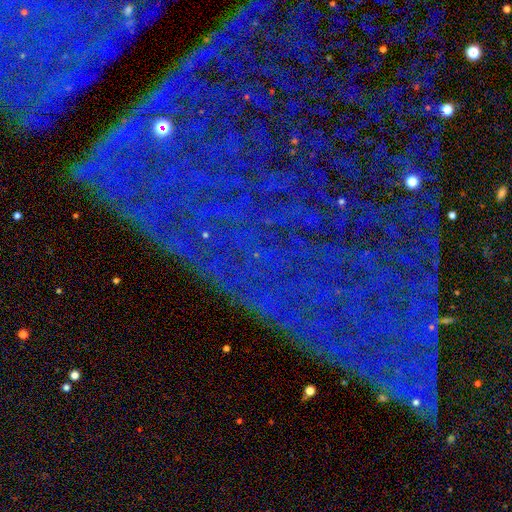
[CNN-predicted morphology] star or artifact 84%, featured or disk 9%, smooth 7%.